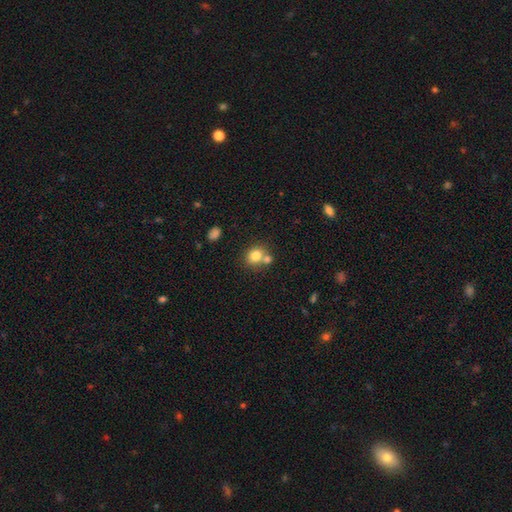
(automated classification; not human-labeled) A smooth galaxy with no disk features (79%) that is round (64%).

Vote fractions:
- Smooth or featured? smooth: 79% / star or artifact: 11% / featured or disk: 10%
- How rounded? round: 64% / in between: 35% / cigar-shaped: 1%
- Merging? none: 51% / merger: 35% / minor disturbance: 10% / major disturbance: 3%